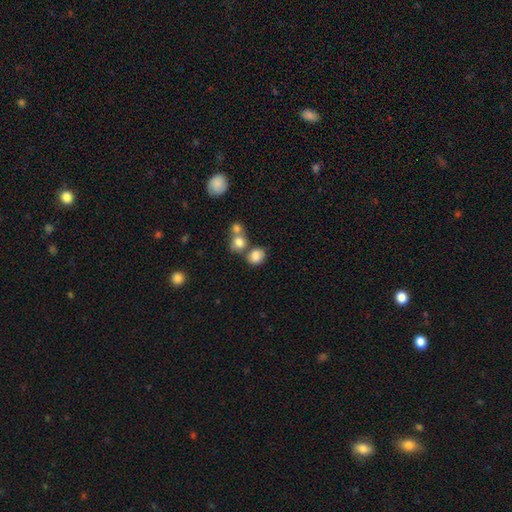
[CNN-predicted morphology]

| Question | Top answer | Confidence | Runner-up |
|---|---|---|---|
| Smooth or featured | smooth | 82% | star or artifact (10%) |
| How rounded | round | 66% | in between (33%) |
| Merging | none | 51% | merger (32%) |